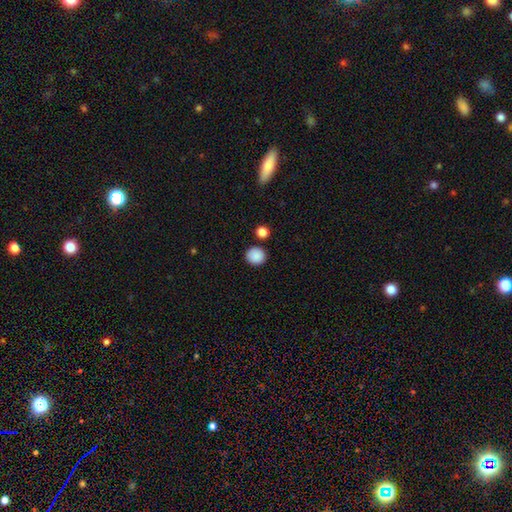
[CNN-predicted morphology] smooth-or-featured: smooth: 88% | star or artifact: 9% | featured or disk: 3%
  how-rounded: round: 88% | in between: 11% | cigar-shaped: 1%
  merging: none: 86% | minor disturbance: 7% | merger: 5% | major disturbance: 2%